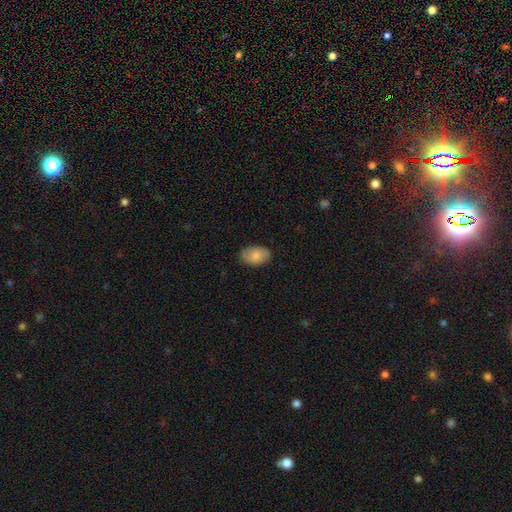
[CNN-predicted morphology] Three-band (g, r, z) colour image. It shows a smooth galaxy with no disk features (81%) that is in between round and cigar-shaped (90%). Merging: none (84%).